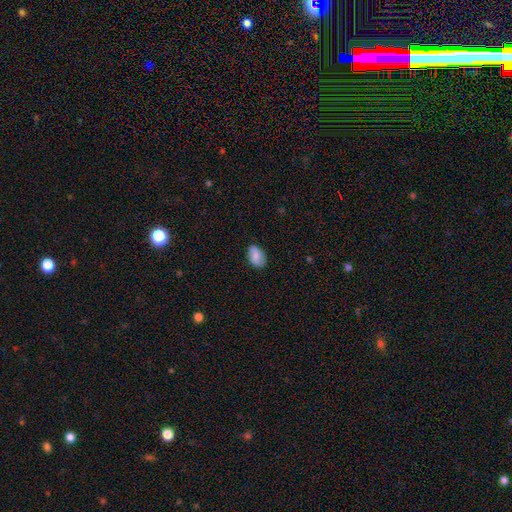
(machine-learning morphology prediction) smooth_or_featured: smooth (p=0.80) [alt: featured or disk p=0.13]
how_rounded: in between (p=0.91) [alt: round p=0.08]
merging: none (p=0.82) [alt: minor disturbance p=0.14]